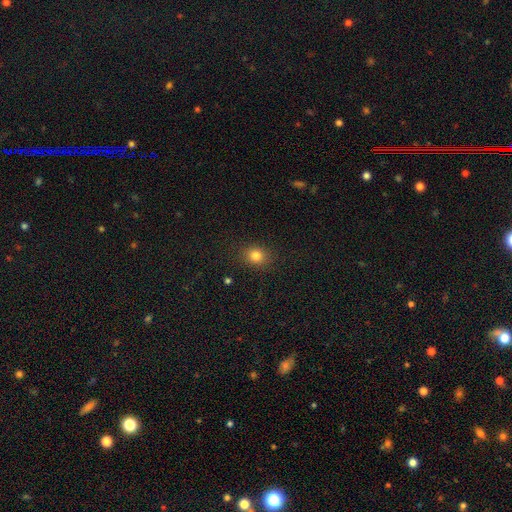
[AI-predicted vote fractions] A smooth galaxy with no disk features (82%) that is round (68%).

Vote fractions:
- Smooth or featured? smooth: 82% / star or artifact: 13% / featured or disk: 6%
- How rounded? round: 68% / in between: 31% / cigar-shaped: 1%
- Merging? none: 88% / minor disturbance: 8% / major disturbance: 3% / merger: 1%